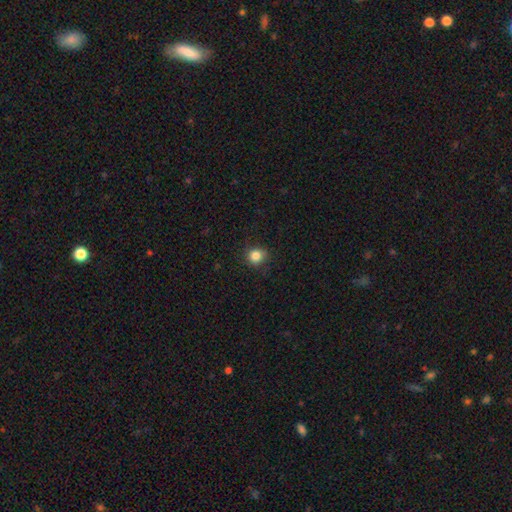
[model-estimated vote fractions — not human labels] smooth_or_featured: smooth (p=0.85) [alt: star or artifact p=0.11]
how_rounded: round (p=0.89) [alt: in between p=0.10]
merging: none (p=0.86) [alt: minor disturbance p=0.10]